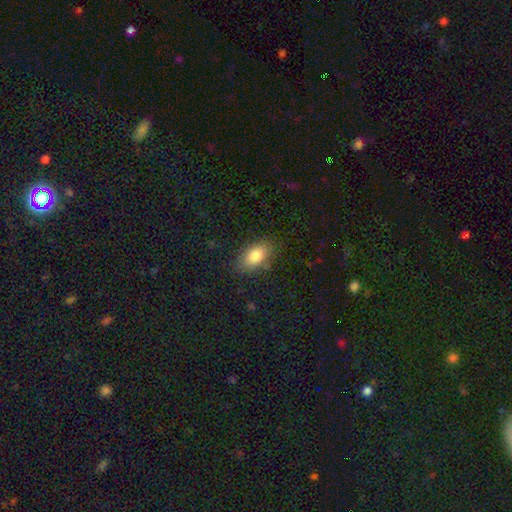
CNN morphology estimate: smooth-or-featured: smooth: 82% | featured or disk: 10% | star or artifact: 8%
  how-rounded: in between: 90% | round: 7% | cigar-shaped: 3%
  merging: none: 83% | minor disturbance: 13% | major disturbance: 3% | merger: 1%